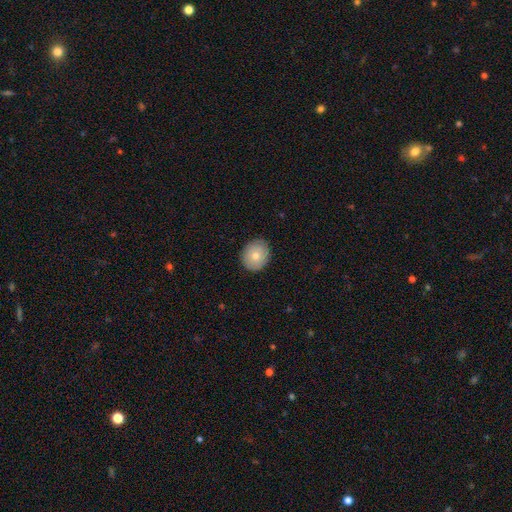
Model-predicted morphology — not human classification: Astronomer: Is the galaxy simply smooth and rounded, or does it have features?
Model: smooth — 75%.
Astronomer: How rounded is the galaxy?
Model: round — 71%.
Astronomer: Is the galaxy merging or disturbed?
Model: none — 87%.